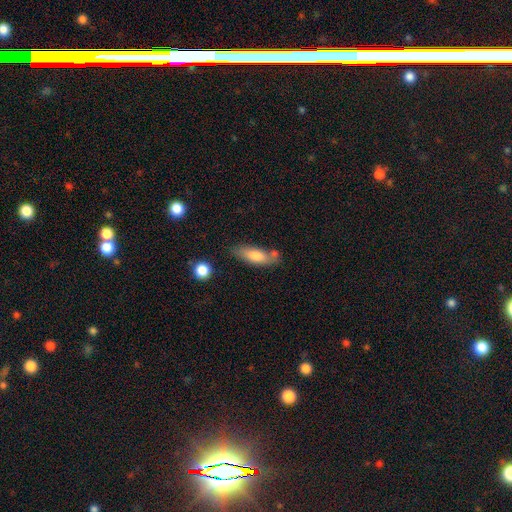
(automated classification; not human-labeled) smooth 75%, featured or disk 19%, star or artifact 6%. Down the decision tree: how rounded — in between (59%); merging — none (62%).